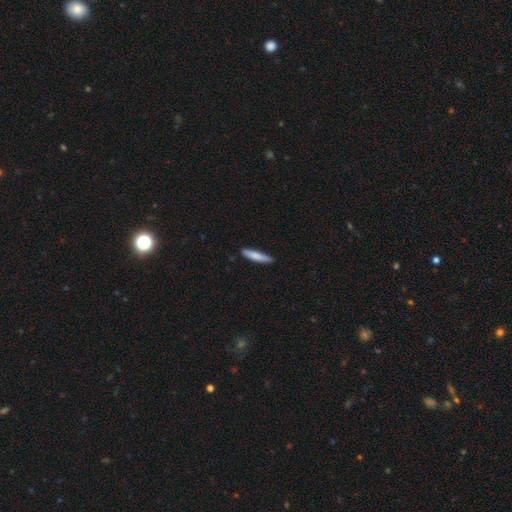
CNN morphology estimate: This appears to be a smooth galaxy with no disk features (79%) that is cigar-shaped (88%). Merging: none (87%).